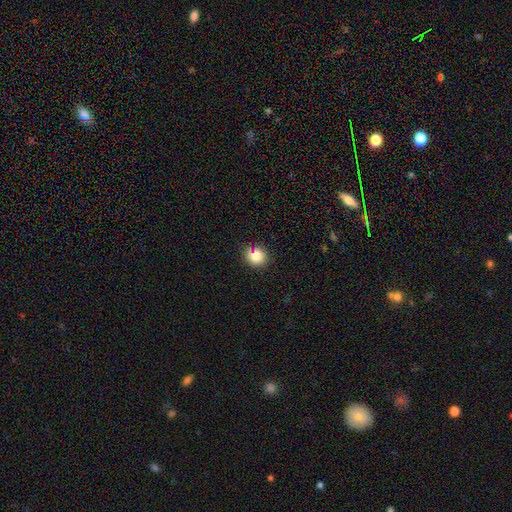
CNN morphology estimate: This is clearly a smooth galaxy (83%). How rounded: clearly round (82%). Merging: likely none (78%).